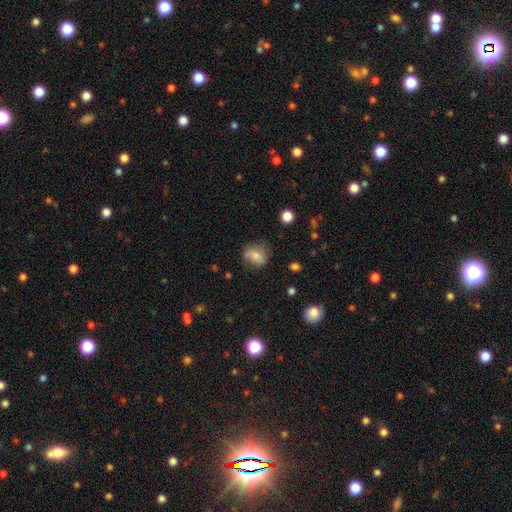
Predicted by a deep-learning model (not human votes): Smooth or featured?
  - smooth: 63% *
  - featured or disk: 27%
  - star or artifact: 10%
How rounded?
  - round: 51% *
  - in between: 47%
  - cigar-shaped: 2%
Merging?
  - none: 60% *
  - minor disturbance: 27%
  - major disturbance: 11%
  - merger: 2%